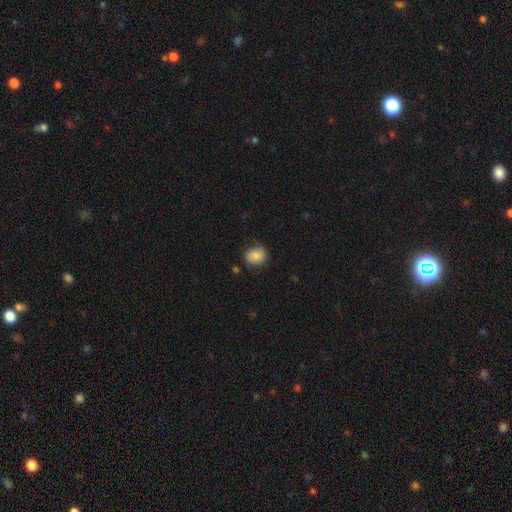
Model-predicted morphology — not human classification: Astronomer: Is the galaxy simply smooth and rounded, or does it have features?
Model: smooth — 80%.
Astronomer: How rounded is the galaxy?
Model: round — 58% (runner-up: in between, 41%).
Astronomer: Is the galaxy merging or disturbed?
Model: none — 69%.